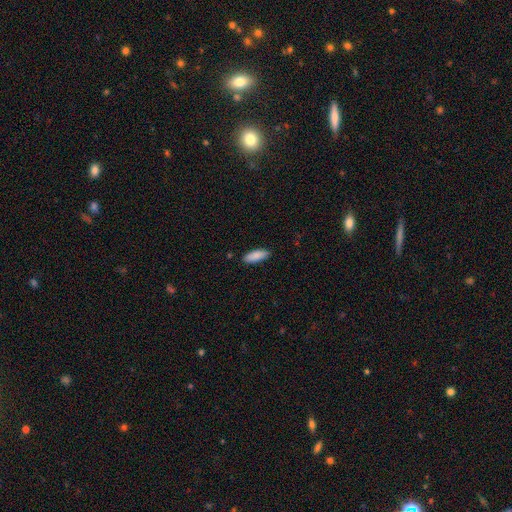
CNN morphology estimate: smooth_or_featured: smooth (p=0.89) [alt: star or artifact p=0.06]
how_rounded: in between (p=0.70) [alt: cigar-shaped p=0.28]
merging: none (p=0.89) [alt: minor disturbance p=0.09]